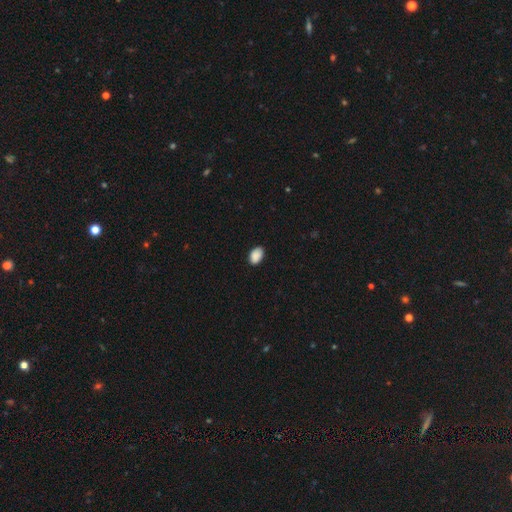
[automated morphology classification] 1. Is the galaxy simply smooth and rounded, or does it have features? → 89% smooth, 7% star or artifact, 3% featured or disk.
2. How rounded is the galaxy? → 89% in between, 10% round, 1% cigar-shaped.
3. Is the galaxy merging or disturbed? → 84% none, 13% minor disturbance, 2% major disturbance, 1% merger.